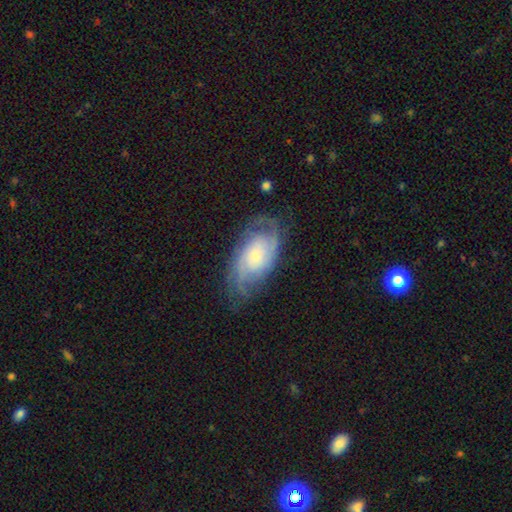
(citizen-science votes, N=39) This appears to be a featured or disk galaxy (90%) with no bar (62%), tight (64%) spiral arms (97%) and a small central bulge (62%). Merging: none (67%).